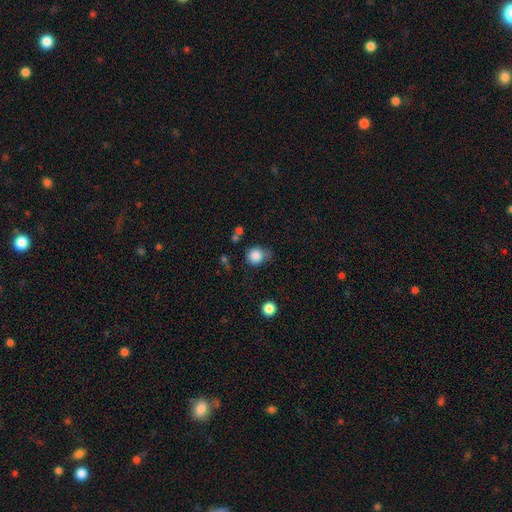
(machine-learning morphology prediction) smooth_or_featured: smooth (p=0.85) [alt: star or artifact p=0.10]
how_rounded: round (p=0.87) [alt: in between p=0.12]
merging: none (p=0.60) [alt: minor disturbance p=0.26]